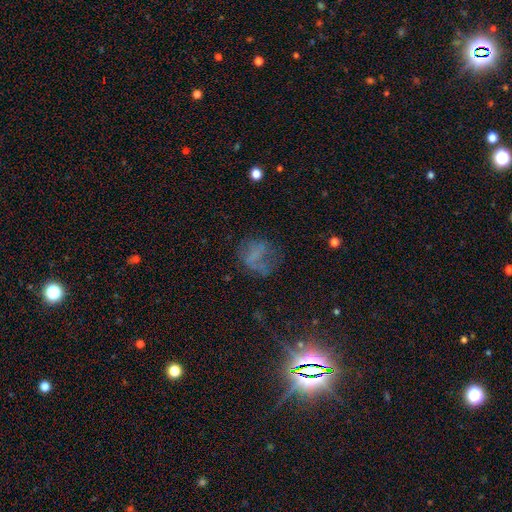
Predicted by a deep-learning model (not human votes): Smooth or featured? smooth (45%)
Merging? none (46%)